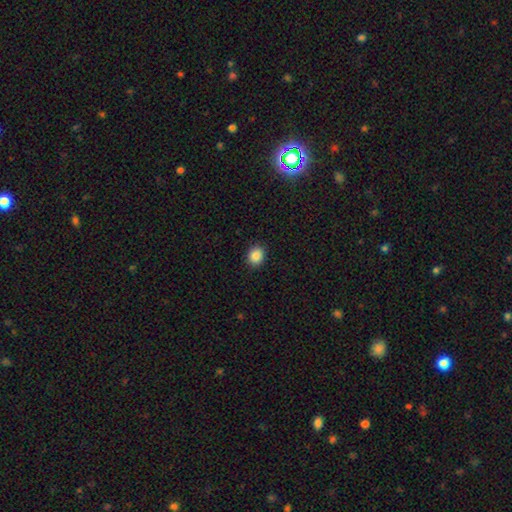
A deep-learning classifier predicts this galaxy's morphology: Smooth or featured? smooth (86%)
How rounded? round (66%)
Merging? none (90%)